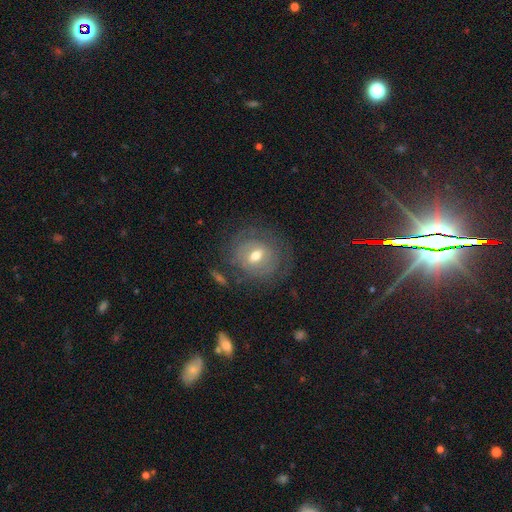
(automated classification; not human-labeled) This appears to be a featured or disk galaxy (54%) with a weak bar (50%), no spiral arms (51%) and a moderate central bulge (73%). Merging: none (71%).